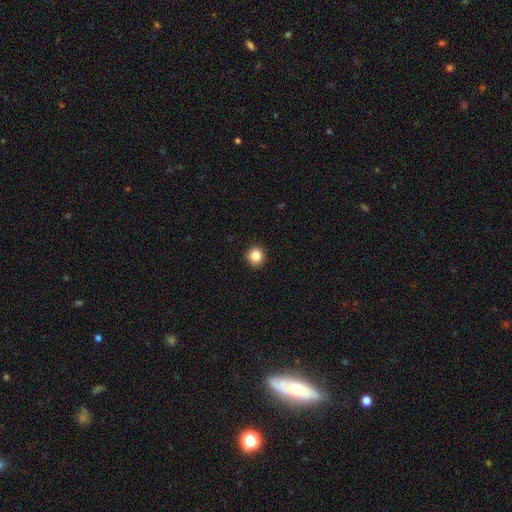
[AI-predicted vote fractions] Morphology: type=smooth (85%); roundness=round (93%); merging=none (92%).